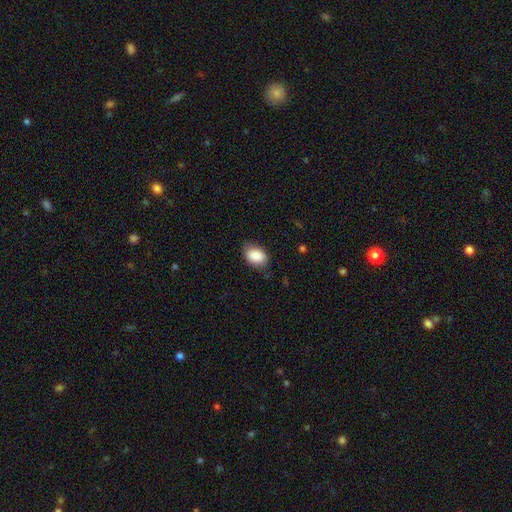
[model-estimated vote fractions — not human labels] smooth_or_featured: smooth (p=0.89) [alt: star or artifact p=0.07]
how_rounded: in between (p=0.83) [alt: round p=0.16]
merging: none (p=0.77) [alt: minor disturbance p=0.18]